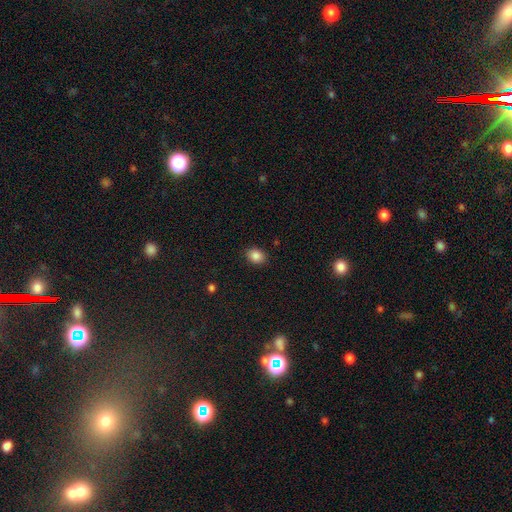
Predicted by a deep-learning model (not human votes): This is clearly a smooth galaxy (86%). How rounded: possibly in between (56%). Merging: clearly none (88%).